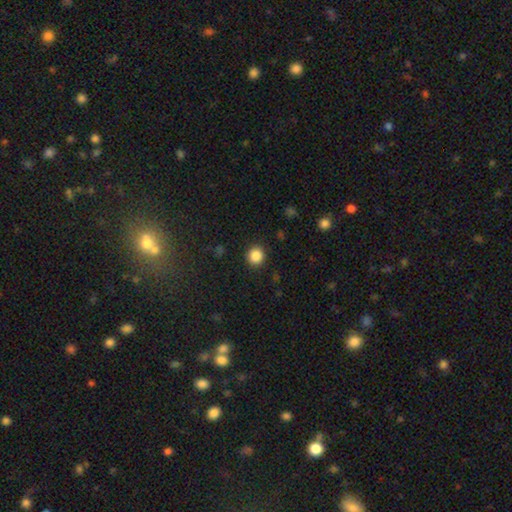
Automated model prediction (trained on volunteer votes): This is clearly a smooth galaxy (86%). How rounded: clearly round (92%). Merging: clearly none (91%).